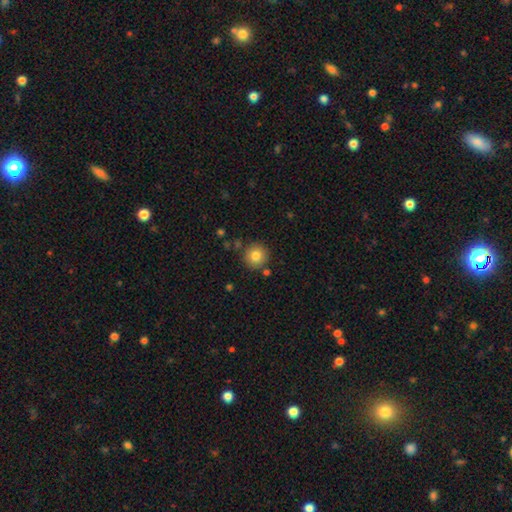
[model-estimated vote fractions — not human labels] Smooth or featured?
  - smooth: 82% *
  - star or artifact: 10%
  - featured or disk: 8%
How rounded?
  - round: 94% *
  - in between: 5%
  - cigar-shaped: 1%
Merging?
  - none: 85% *
  - minor disturbance: 8%
  - merger: 4%
  - major disturbance: 2%